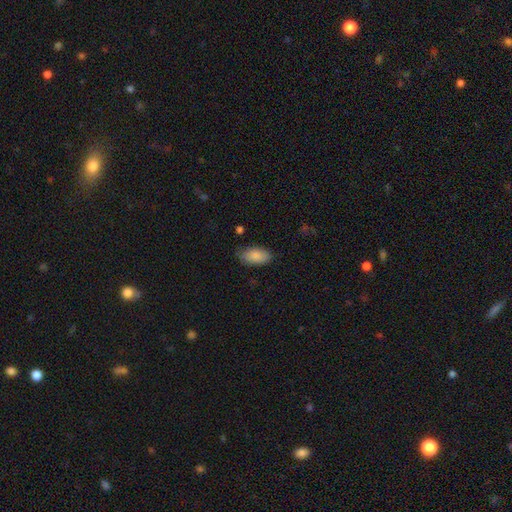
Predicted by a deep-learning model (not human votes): smooth-or-featured: smooth: 86% | featured or disk: 7% | star or artifact: 6%
  how-rounded: in between: 94% | cigar-shaped: 3% | round: 3%
  merging: none: 78% | minor disturbance: 18% | major disturbance: 3% | merger: 1%